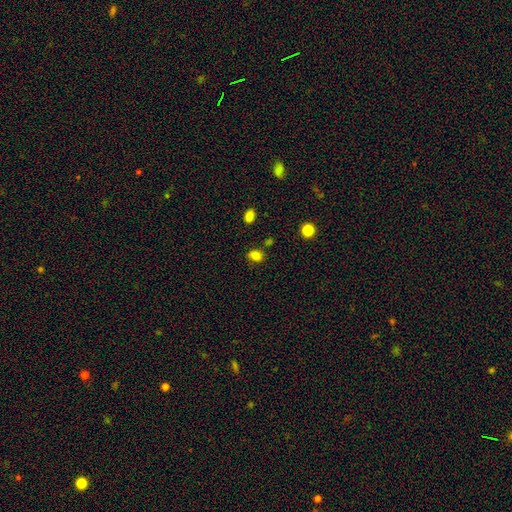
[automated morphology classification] A smooth galaxy with no disk features (82%) that is in between round and cigar-shaped (58%). Merging: none (73%).